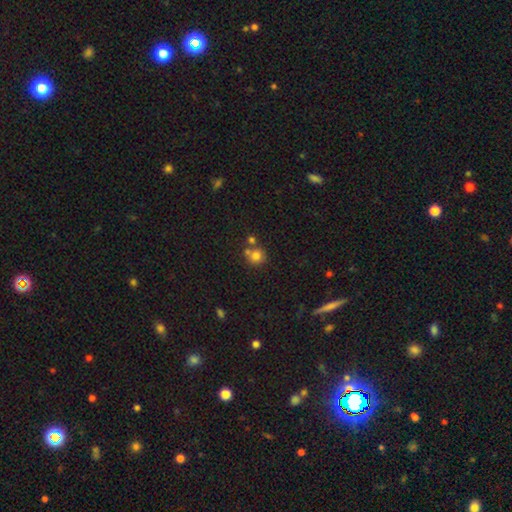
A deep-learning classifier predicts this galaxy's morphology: Smooth or featured: smooth — 76% (star or artifact — 13%)
How rounded: round — 86% (in between — 13%)
Merging: none — 58% (merger — 29%)